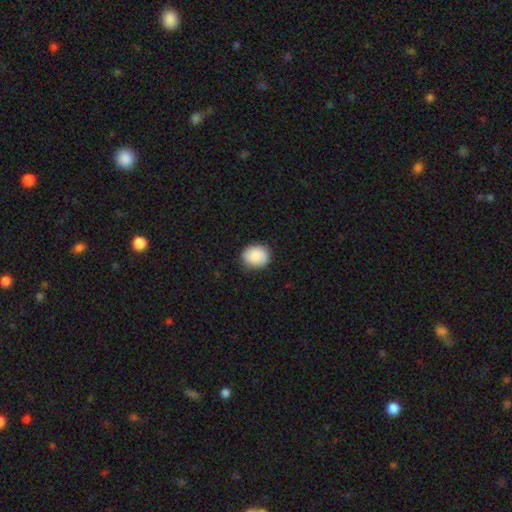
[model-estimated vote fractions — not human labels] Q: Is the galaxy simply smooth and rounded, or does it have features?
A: smooth — 89%.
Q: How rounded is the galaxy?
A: round — 64%.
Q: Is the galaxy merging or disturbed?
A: none — 87%.